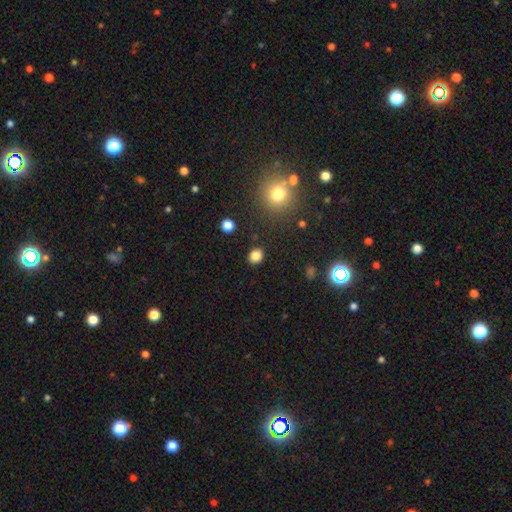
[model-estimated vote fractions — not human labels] Smooth or featured? Predicted: smooth (p=0.83). How rounded? Predicted: round (p=0.63). Merging? Predicted: none (p=0.87).